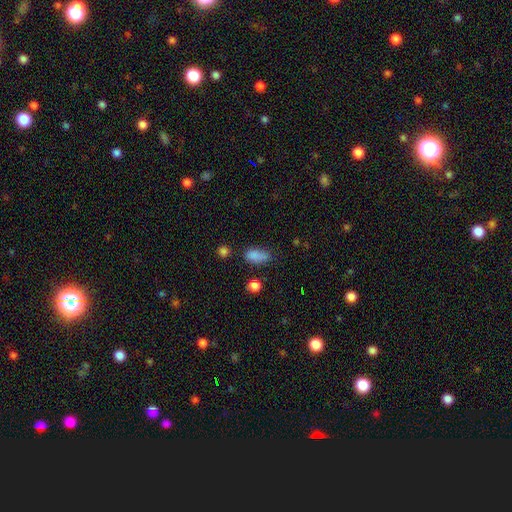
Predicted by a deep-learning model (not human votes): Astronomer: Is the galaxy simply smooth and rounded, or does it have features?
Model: smooth — 81%.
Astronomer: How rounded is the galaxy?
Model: in between — 82%.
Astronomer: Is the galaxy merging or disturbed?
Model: none — 52% (runner-up: minor disturbance, 30%).